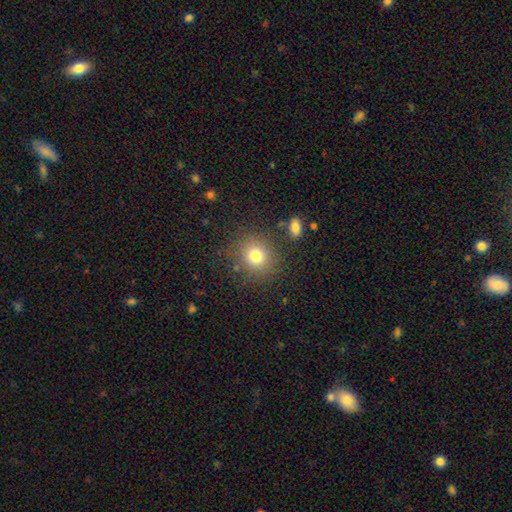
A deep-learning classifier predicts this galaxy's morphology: smooth 78%, star or artifact 13%, featured or disk 9%. Down the decision tree: how rounded — round (84%); merging — none (83%).